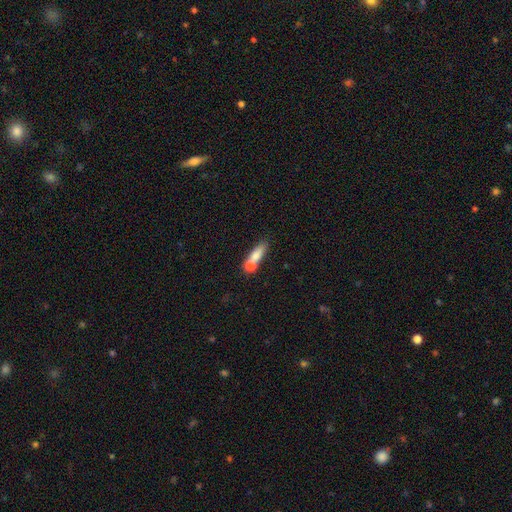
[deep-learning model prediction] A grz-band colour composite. It shows a smooth galaxy with no disk features (69%) that is in between round and cigar-shaped (47%). Merging: merger (48%).